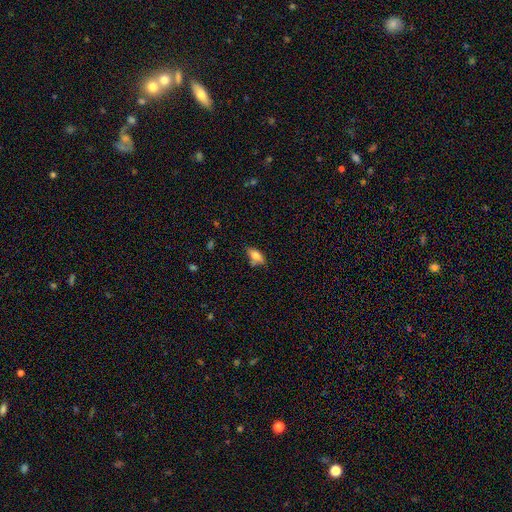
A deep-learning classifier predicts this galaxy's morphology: smooth_or_featured: smooth (p=0.68) [alt: featured or disk p=0.24]
how_rounded: in between (p=0.79) [alt: cigar-shaped p=0.17]
merging: none (p=0.60) [alt: minor disturbance p=0.23]